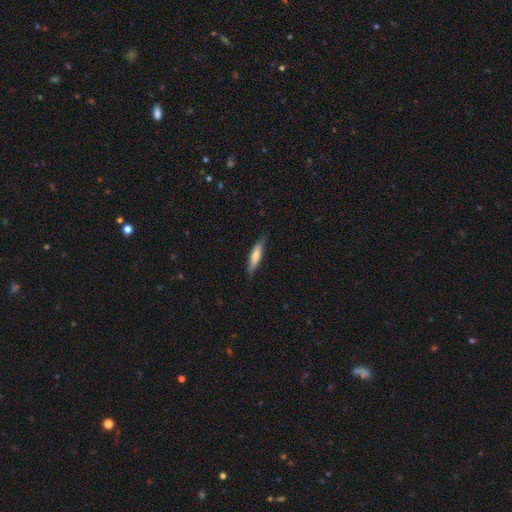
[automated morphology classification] smooth_or_featured: smooth (p=0.62) [alt: featured or disk p=0.32]
how_rounded: cigar-shaped (p=0.81) [alt: in between p=0.17]
merging: none (p=0.84) [alt: minor disturbance p=0.13]